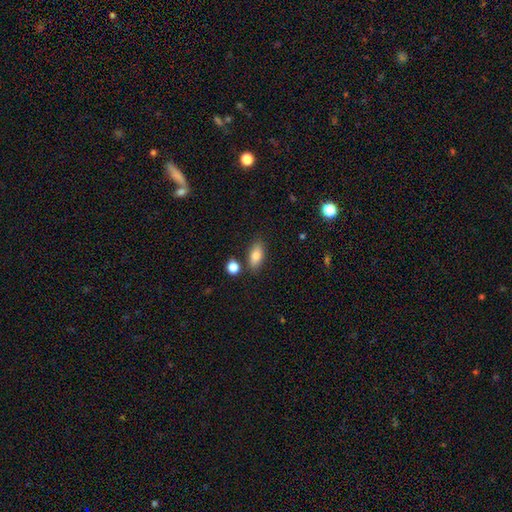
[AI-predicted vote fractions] This appears to be a smooth galaxy with no disk features (82%) that is in between round and cigar-shaped (85%). Merging: none (80%).